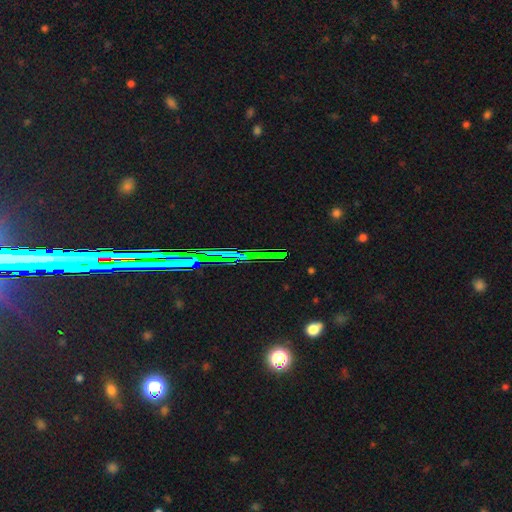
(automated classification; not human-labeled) Q: Smooth or featured?
A: star or artifact (78%); runner-up: featured or disk (12%)